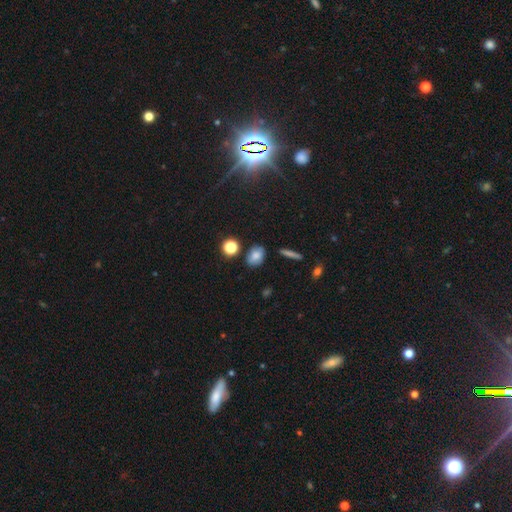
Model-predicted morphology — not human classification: A smooth galaxy with no disk features (77%) that is in between round and cigar-shaped (66%).

Vote fractions:
- Smooth or featured? smooth: 77% / star or artifact: 12% / featured or disk: 12%
- How rounded? in between: 66% / round: 32% / cigar-shaped: 3%
- Merging? none: 79% / minor disturbance: 12% / merger: 5% / major disturbance: 3%